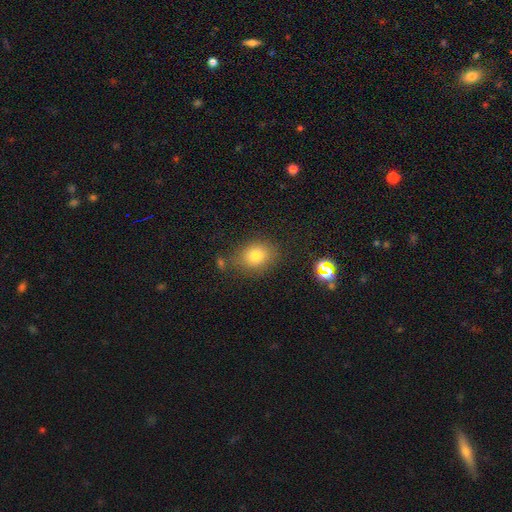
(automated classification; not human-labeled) Smooth or featured? smooth (79%)
How rounded? round (54%)
Merging? none (74%)